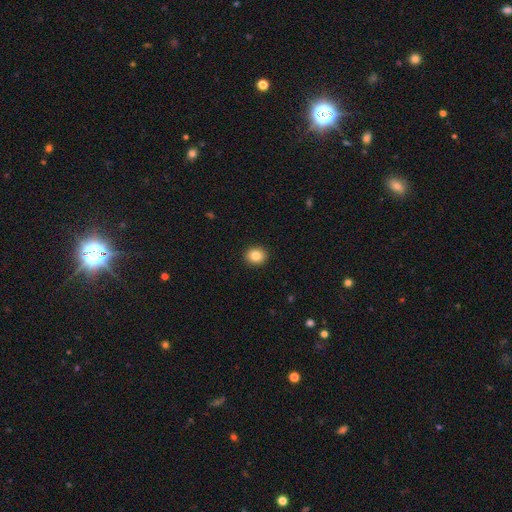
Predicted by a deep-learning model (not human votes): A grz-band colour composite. It shows a smooth galaxy with no disk features (84%) that is round (70%). Merging: none (92%).